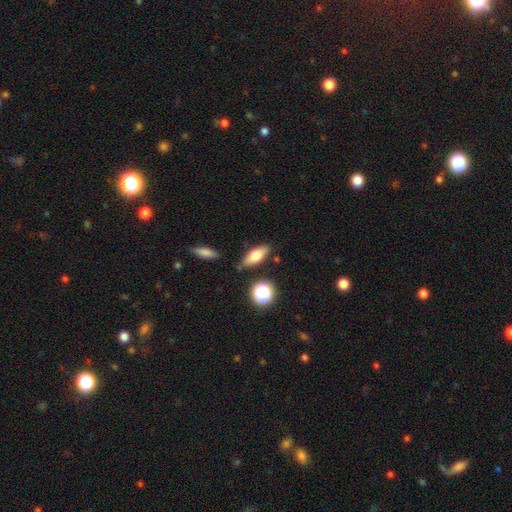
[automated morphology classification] smooth 70%, featured or disk 20%, star or artifact 9%. Down the decision tree: how rounded — in between (72%); merging — none (79%).